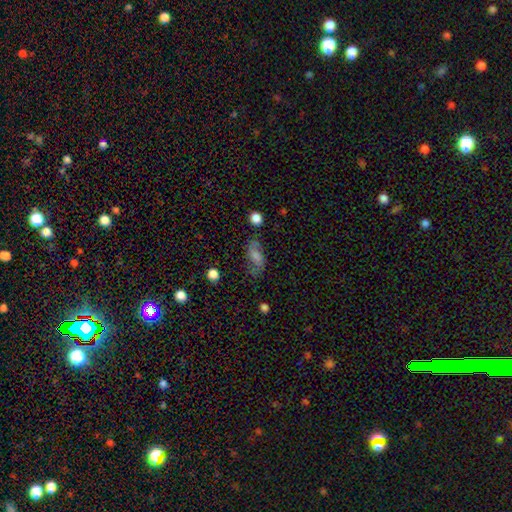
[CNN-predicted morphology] type=featured or disk (45%); merging=none (68%).